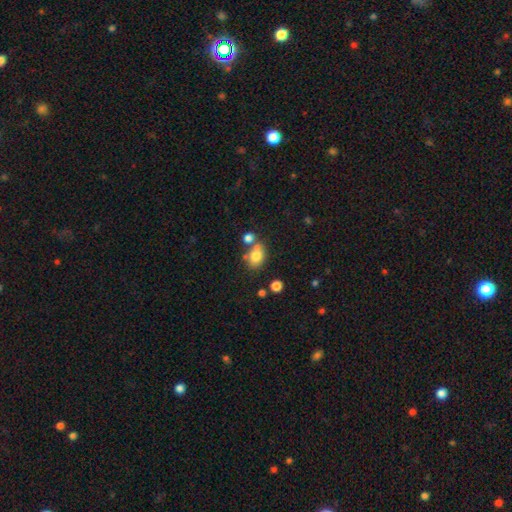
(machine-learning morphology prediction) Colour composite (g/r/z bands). It shows a smooth galaxy with no disk features (78%) that is in between round and cigar-shaped (60%). Merging: none (56%).